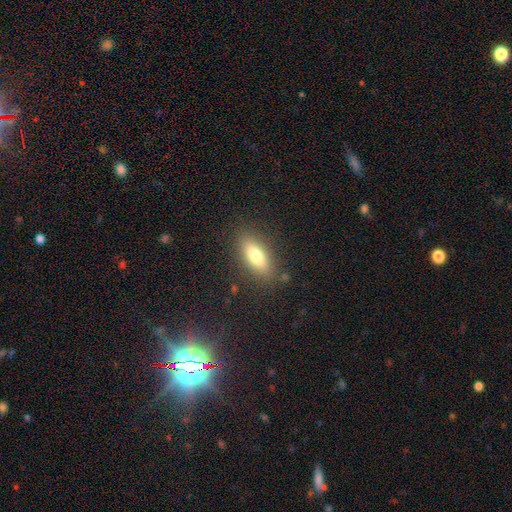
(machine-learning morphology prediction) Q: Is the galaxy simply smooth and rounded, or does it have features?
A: smooth — 74%.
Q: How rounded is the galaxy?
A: in between — 75%.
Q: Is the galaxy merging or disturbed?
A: none — 84%.